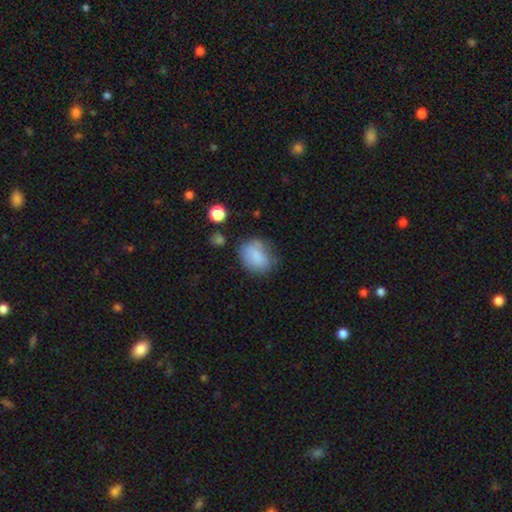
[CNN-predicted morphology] A smooth galaxy with no disk features (79%) that is in between round and cigar-shaped (60%).

Vote fractions:
- Smooth or featured? smooth: 79% / featured or disk: 12% / star or artifact: 9%
- How rounded? in between: 60% / round: 38% / cigar-shaped: 1%
- Merging? none: 57% / minor disturbance: 28% / major disturbance: 10% / merger: 5%